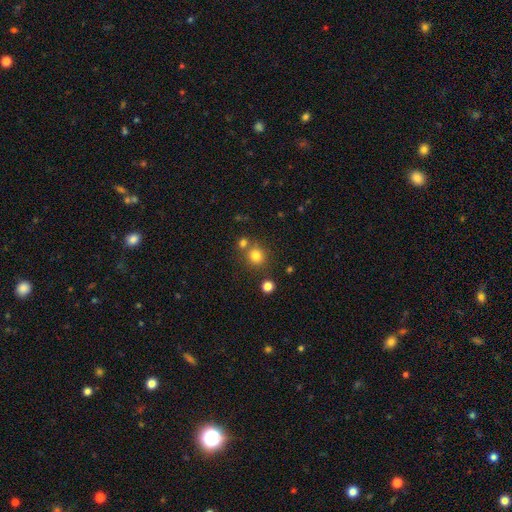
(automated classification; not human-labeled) The model was most divided on "merging": none: 70%, merger: 18%, minor disturbance: 9%, major disturbance: 3%. More confident: how rounded — round (85%); smooth or featured — smooth (79%).